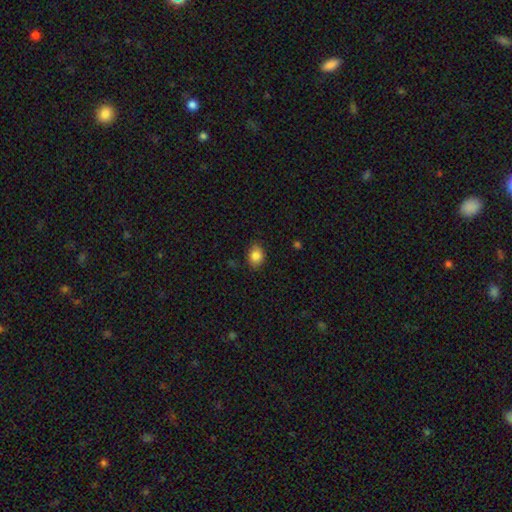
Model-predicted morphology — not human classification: The model was most divided on "how rounded": in between: 60%, round: 39%, cigar-shaped: 1%. More confident: smooth or featured — smooth (85%); merging — none (84%).